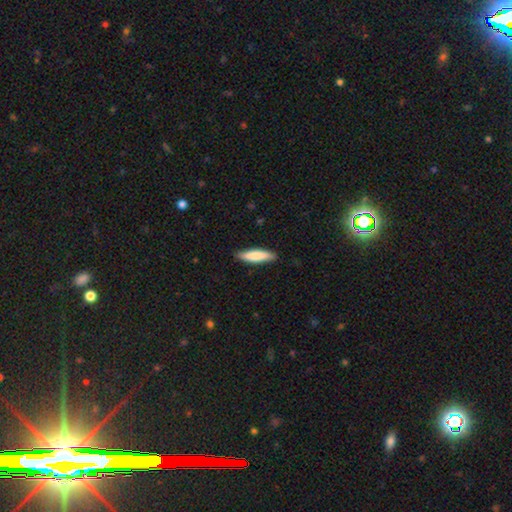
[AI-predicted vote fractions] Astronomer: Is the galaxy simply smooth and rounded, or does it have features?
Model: smooth — 81%.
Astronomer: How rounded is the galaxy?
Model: cigar-shaped — 73%.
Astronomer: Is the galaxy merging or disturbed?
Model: none — 87%.